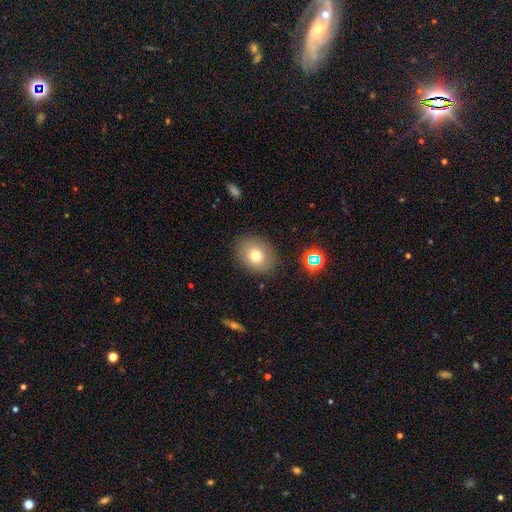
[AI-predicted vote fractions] Smooth or featured? Predicted: smooth (p=0.73). How rounded? Predicted: in between (p=0.52). Merging? Predicted: none (p=0.84).